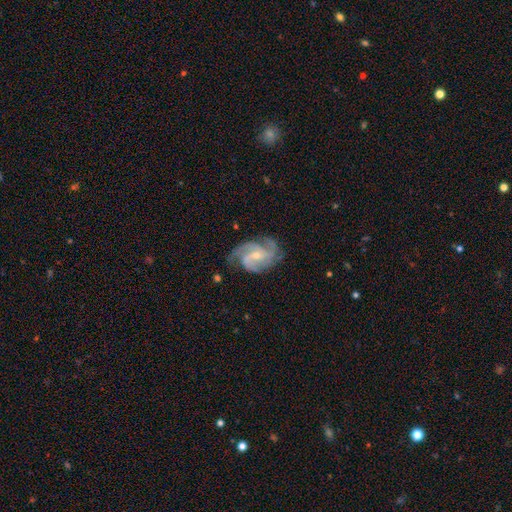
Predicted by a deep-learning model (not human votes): Smooth or featured: featured or disk — 89% (smooth — 6%)
Edge-on disk: no — 98% (yes — 2%)
Bar: weak — 46% (no — 41%)
Spiral arms: yes — 98% (no — 2%)
Spiral winding: medium — 49% (tight — 39%)
Spiral arm count: 3 — 51% (4 — 16%)
Bulge size: small — 60% (moderate — 35%)
Merging: none — 70% (minor disturbance — 20%)